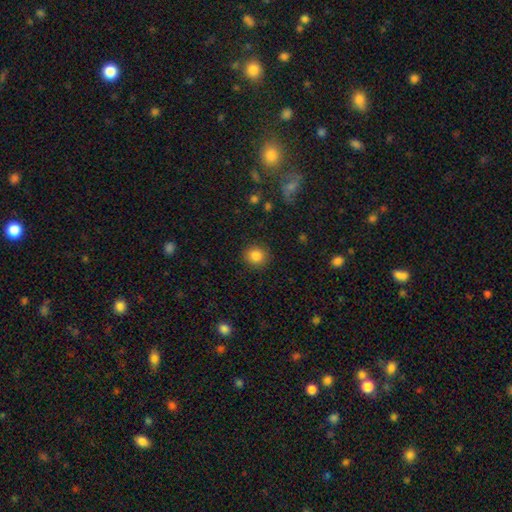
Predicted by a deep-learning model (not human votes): smooth_or_featured: smooth (p=0.85) [alt: star or artifact p=0.10]
how_rounded: round (p=0.88) [alt: in between p=0.11]
merging: none (p=0.90) [alt: minor disturbance p=0.07]